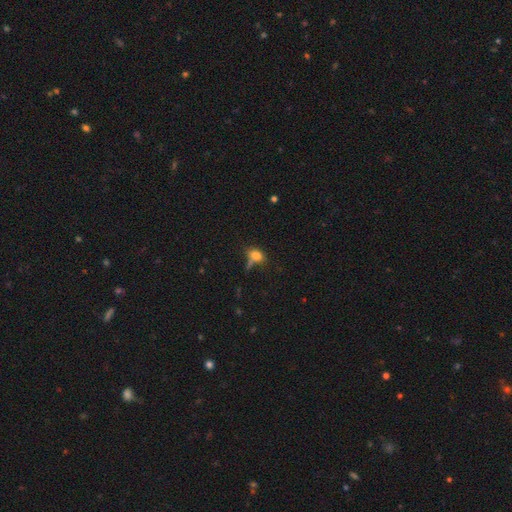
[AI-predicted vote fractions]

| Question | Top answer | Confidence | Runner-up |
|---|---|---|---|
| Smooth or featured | smooth | 76% | star or artifact (13%) |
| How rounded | in between | 73% | round (23%) |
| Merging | none | 45% | minor disturbance (22%) |